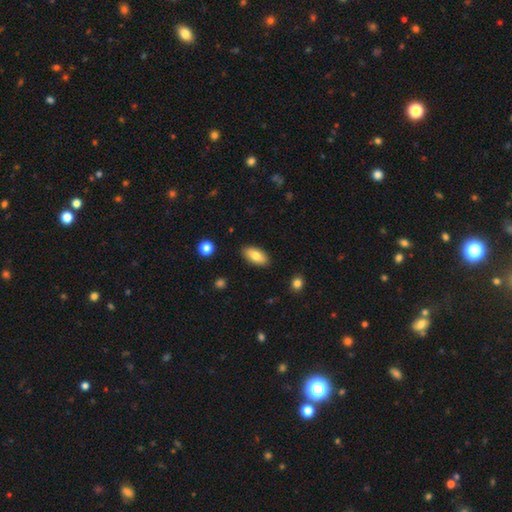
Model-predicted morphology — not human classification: Q: Smooth or featured?
A: smooth (77%); runner-up: featured or disk (16%)
Q: How rounded?
A: in between (90%); runner-up: cigar-shaped (7%)
Q: Merging?
A: none (88%); runner-up: minor disturbance (9%)